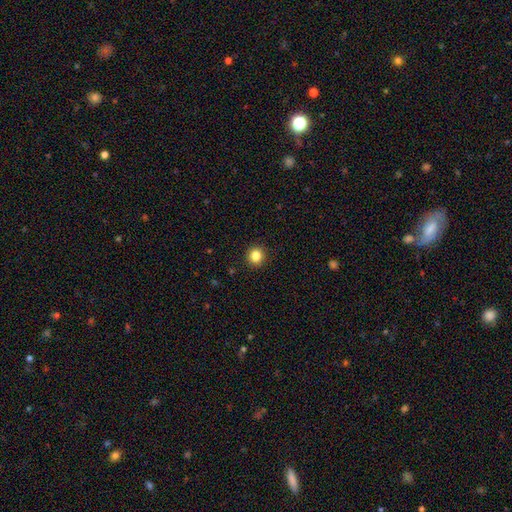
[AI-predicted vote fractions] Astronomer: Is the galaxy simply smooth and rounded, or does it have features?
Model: smooth — 84%.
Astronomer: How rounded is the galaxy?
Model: round — 90%.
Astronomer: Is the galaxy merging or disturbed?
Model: none — 92%.